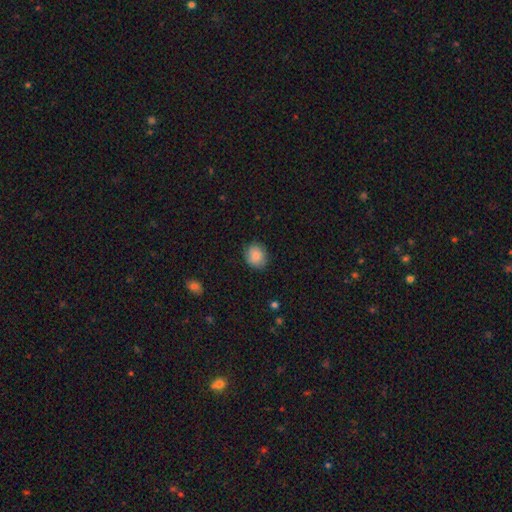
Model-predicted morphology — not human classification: smooth_or_featured: smooth (p=0.86) [alt: star or artifact p=0.08]
how_rounded: round (p=0.67) [alt: in between p=0.32]
merging: none (p=0.83) [alt: minor disturbance p=0.13]